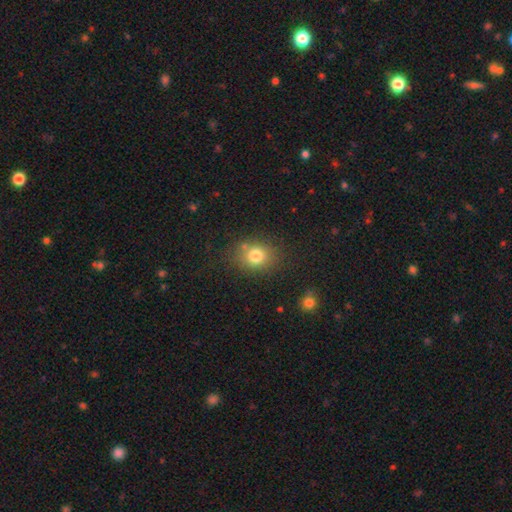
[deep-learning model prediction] Q: Smooth or featured?
A: smooth (79%); runner-up: star or artifact (13%)
Q: How rounded?
A: round (64%); runner-up: in between (35%)
Q: Merging?
A: none (77%); runner-up: minor disturbance (13%)